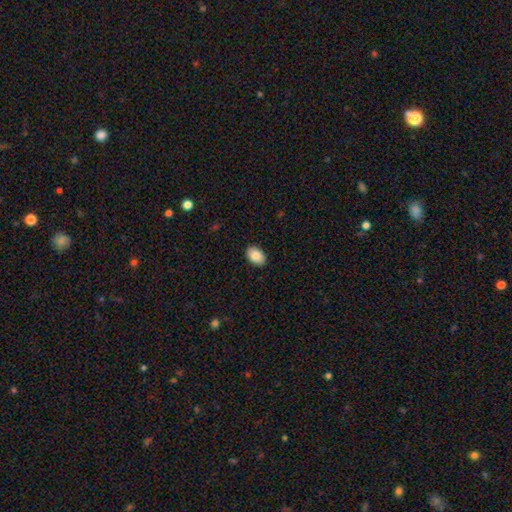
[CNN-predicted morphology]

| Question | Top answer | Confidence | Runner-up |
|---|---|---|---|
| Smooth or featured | smooth | 86% | star or artifact (7%) |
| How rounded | in between | 86% | round (13%) |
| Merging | none | 89% | minor disturbance (8%) |